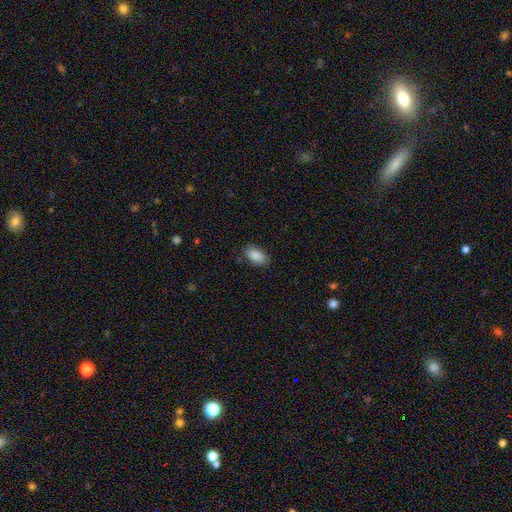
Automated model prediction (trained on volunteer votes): smooth_or_featured: smooth (p=0.89) [alt: star or artifact p=0.07]
how_rounded: in between (p=0.93) [alt: round p=0.05]
merging: none (p=0.83) [alt: minor disturbance p=0.13]